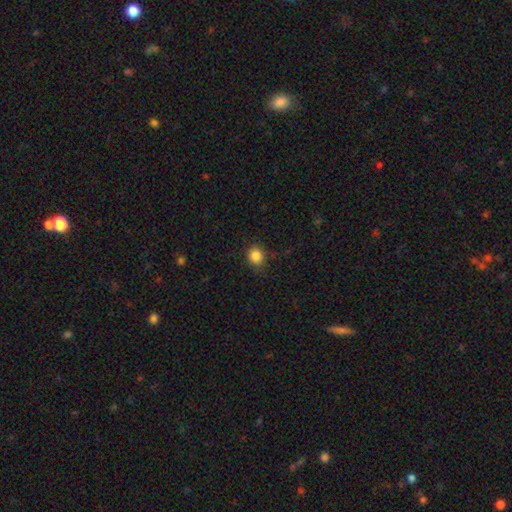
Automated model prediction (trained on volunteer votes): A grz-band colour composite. It shows a smooth galaxy with no disk features (85%) that is round (83%). Merging: none (83%).